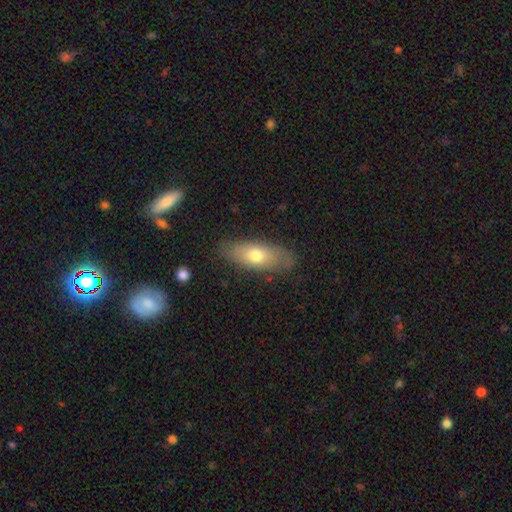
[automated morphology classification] This appears to be a smooth galaxy with no disk features (64%) that is in between round and cigar-shaped (74%). Merging: none (79%).